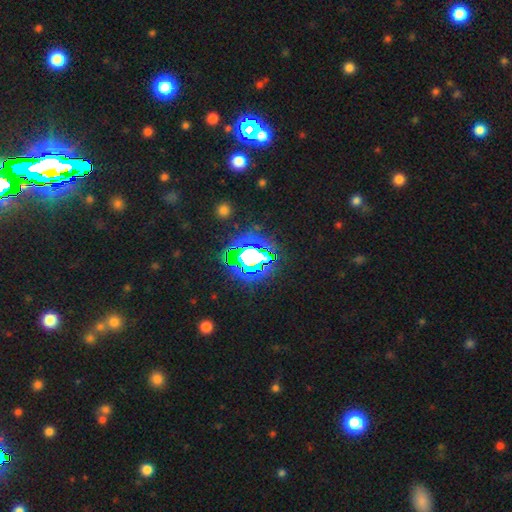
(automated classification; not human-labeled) smooth_or_featured: star or artifact (p=0.62) [alt: smooth p=0.22]